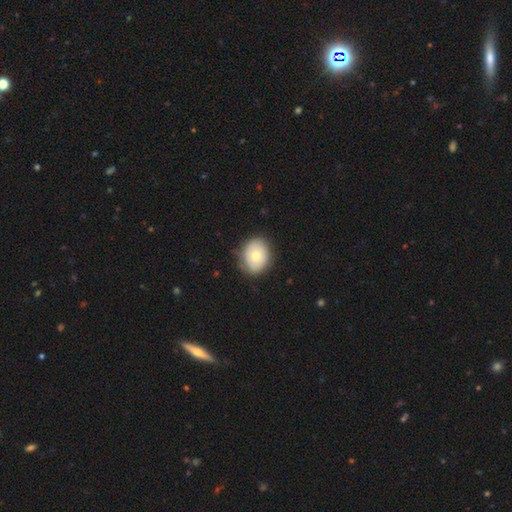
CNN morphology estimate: A smooth galaxy with no disk features (68%) that is round (57%).

Vote fractions:
- Smooth or featured? smooth: 68% / featured or disk: 24% / star or artifact: 8%
- How rounded? round: 57% / in between: 43% / cigar-shaped: 1%
- Merging? none: 79% / minor disturbance: 16% / major disturbance: 4% / merger: 1%